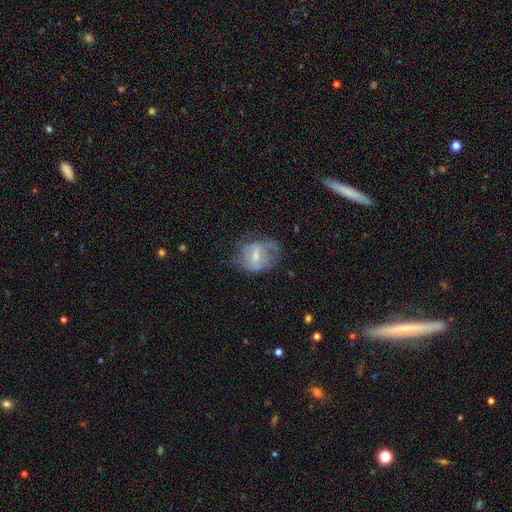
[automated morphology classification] Smooth or featured: featured or disk — 55% (smooth — 37%)
Edge-on disk: no — 96% (yes — 4%)
Bar: weak — 52% (no — 32%)
Spiral arms: yes — 53% (no — 47%)
Bulge size: moderate — 43% (small — 41%)
Merging: none — 43% (minor disturbance — 31%)